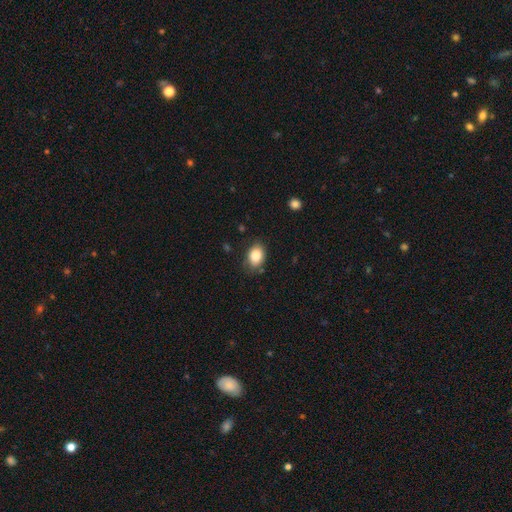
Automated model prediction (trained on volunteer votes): Morphology: type=smooth (84%); roundness=in between (73%); merging=none (80%).